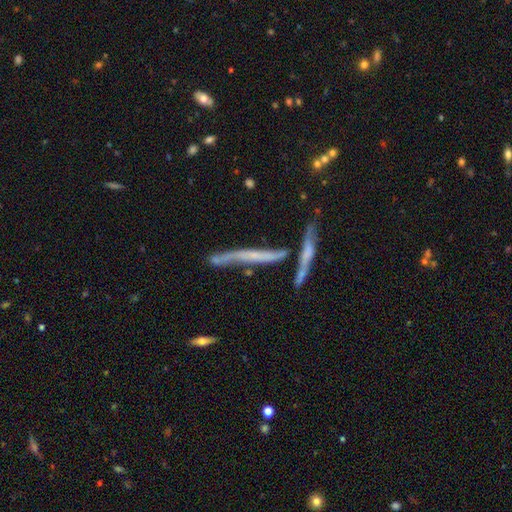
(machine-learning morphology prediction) type=featured or disk (63%); edge-on=yes (77%); merging=none (47%).